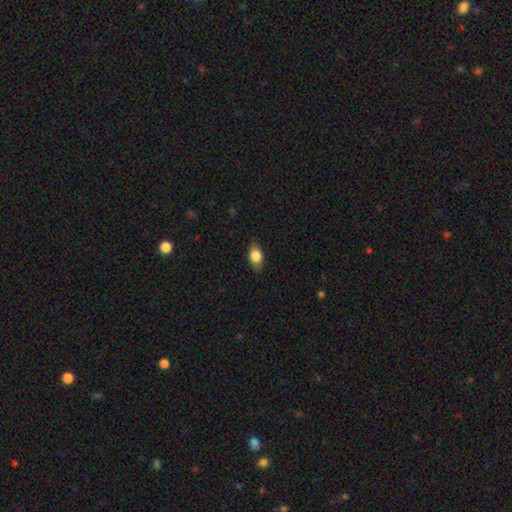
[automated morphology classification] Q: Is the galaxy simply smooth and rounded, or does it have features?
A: smooth — 81%.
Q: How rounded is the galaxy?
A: in between — 85%.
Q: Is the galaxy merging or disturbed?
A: none — 83%.